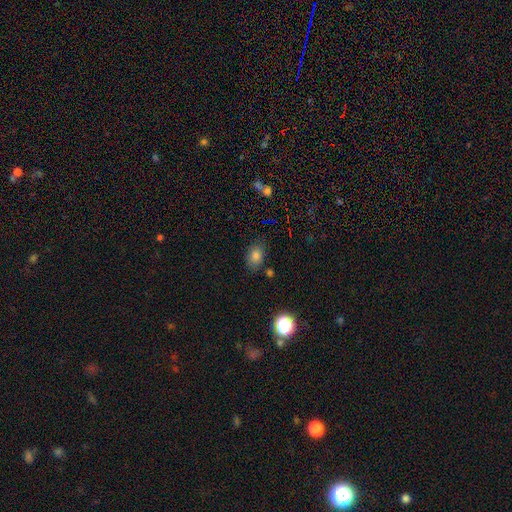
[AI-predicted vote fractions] Overall: smooth (79%). How rounded: in between (75%). Merging: none (78%).